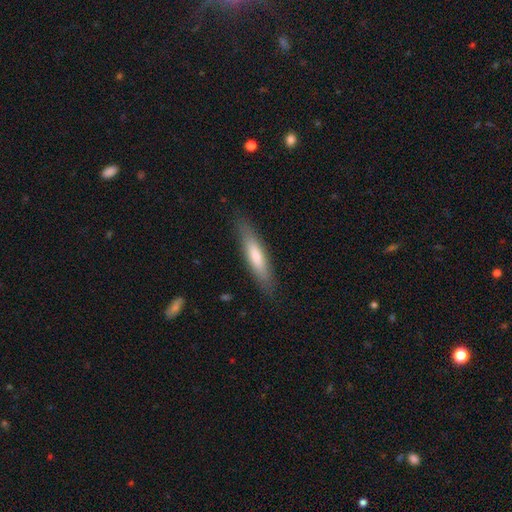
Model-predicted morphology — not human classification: smooth-or-featured: smooth: 69% | featured or disk: 26% | star or artifact: 6%
  how-rounded: cigar-shaped: 83% | in between: 16% | round: 1%
  merging: none: 86% | minor disturbance: 10% | major disturbance: 2% | merger: 1%